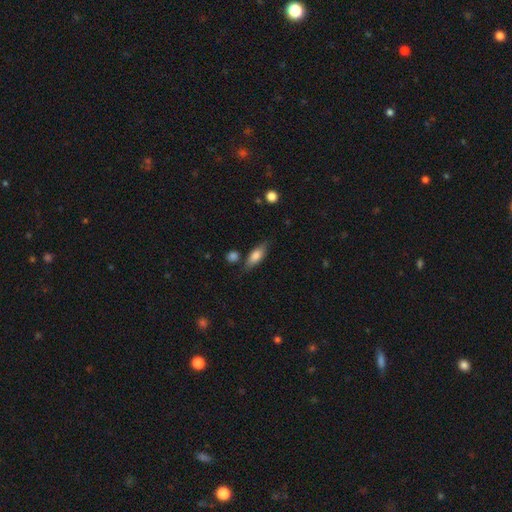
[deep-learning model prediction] This appears to be a smooth galaxy with no disk features (71%) that is in between round and cigar-shaped (67%). Merging: none (74%).